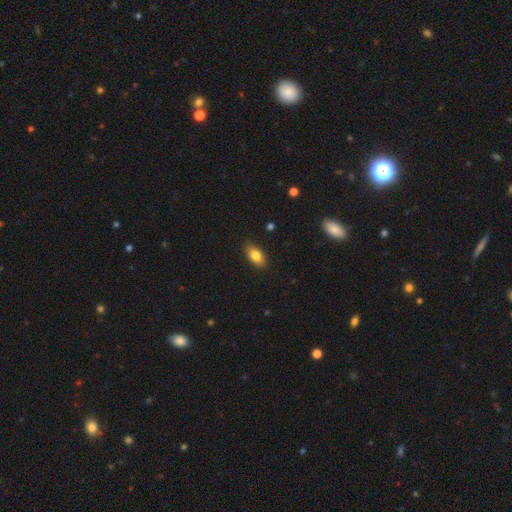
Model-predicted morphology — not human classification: type=smooth (81%); roundness=in between (88%); merging=none (87%).